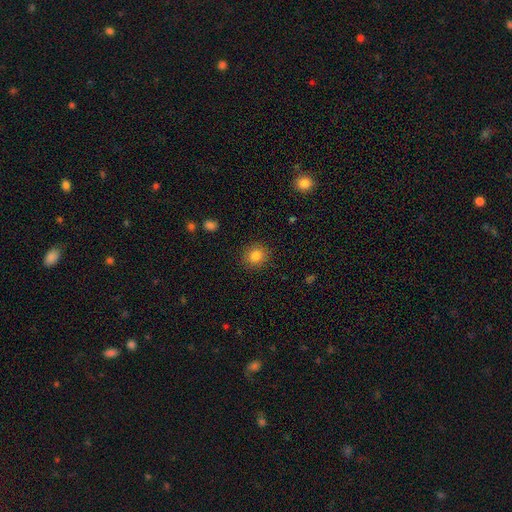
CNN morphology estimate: Smooth or featured: smooth — 84% (star or artifact — 11%)
How rounded: round — 79% (in between — 20%)
Merging: none — 89% (minor disturbance — 8%)